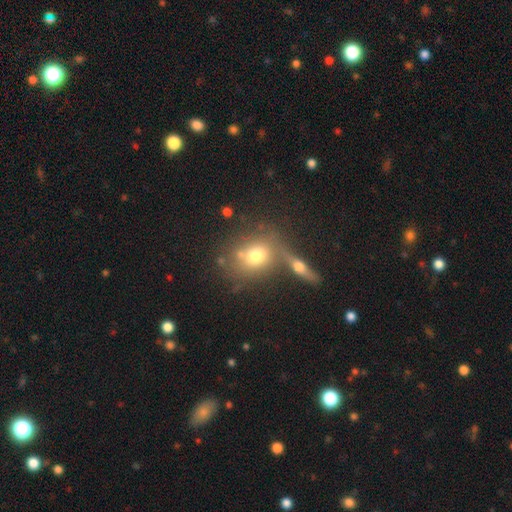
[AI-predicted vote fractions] smooth 68%, featured or disk 20%, star or artifact 12%. Down the decision tree: how rounded — round (59%); merging — none (54%).